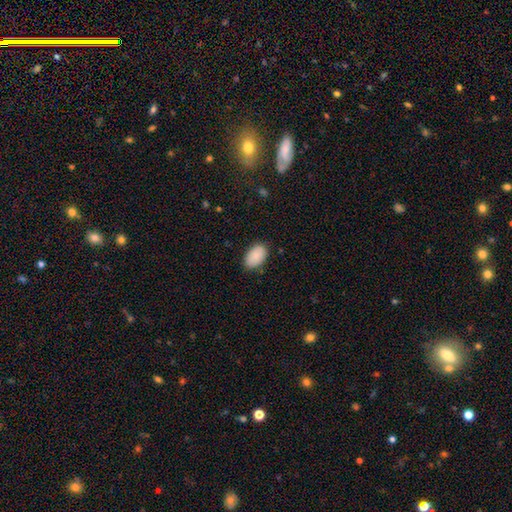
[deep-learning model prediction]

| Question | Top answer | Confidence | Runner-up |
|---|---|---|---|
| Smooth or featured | smooth | 89% | star or artifact (6%) |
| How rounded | in between | 93% | round (6%) |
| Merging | none | 85% | minor disturbance (11%) |